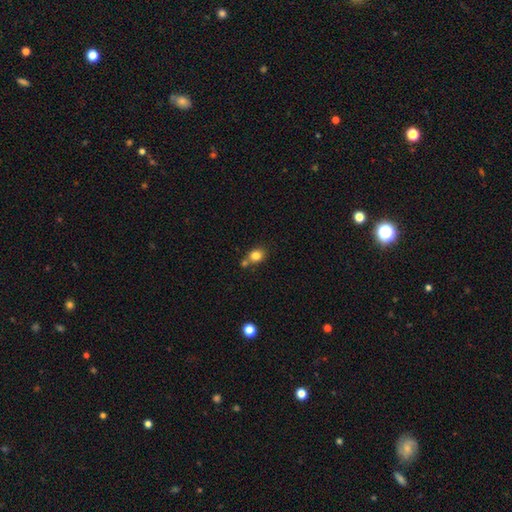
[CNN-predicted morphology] A smooth galaxy with no disk features (82%) that is round (59%). Merging: none (56%).